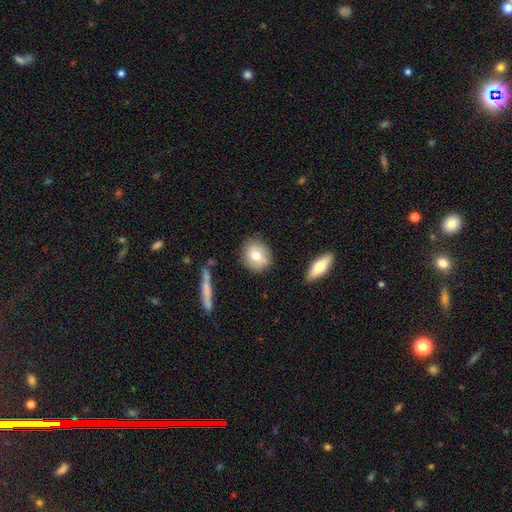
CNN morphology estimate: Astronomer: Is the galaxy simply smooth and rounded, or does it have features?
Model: smooth — 77%.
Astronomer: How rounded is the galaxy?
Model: round — 73%.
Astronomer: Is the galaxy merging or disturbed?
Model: none — 83%.